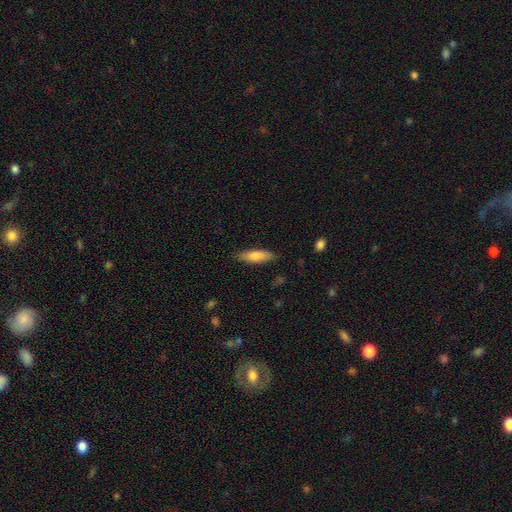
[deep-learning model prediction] The model was most divided on "how rounded": cigar-shaped: 62%, in between: 36%, round: 2%. More confident: merging — none (86%); smooth or featured — smooth (72%).